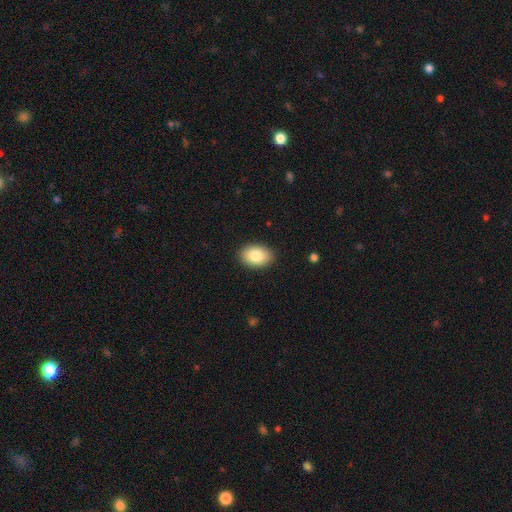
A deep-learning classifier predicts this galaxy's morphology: Q: Smooth or featured?
A: smooth (85%); runner-up: featured or disk (9%)
Q: How rounded?
A: in between (87%); runner-up: round (12%)
Q: Merging?
A: none (89%); runner-up: minor disturbance (8%)